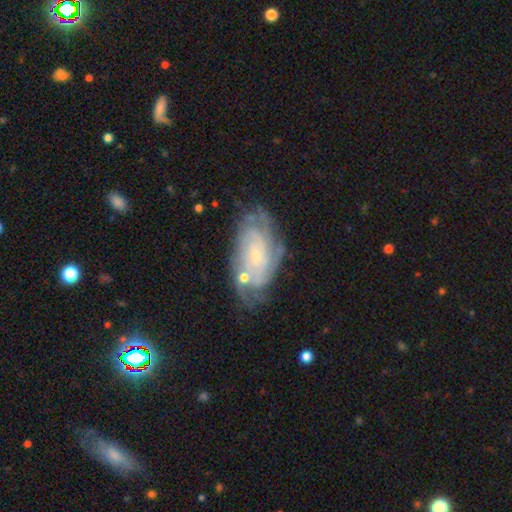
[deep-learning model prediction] Overall: featured or disk (79%). Edge-on disk: no (95%). Bar: no (75%). Spiral arms: yes (92%). Spiral arm count: can't tell (43%; 4 16%). Spiral winding: tight (67%). Bulge size: small (81%). Merging: none (64%).